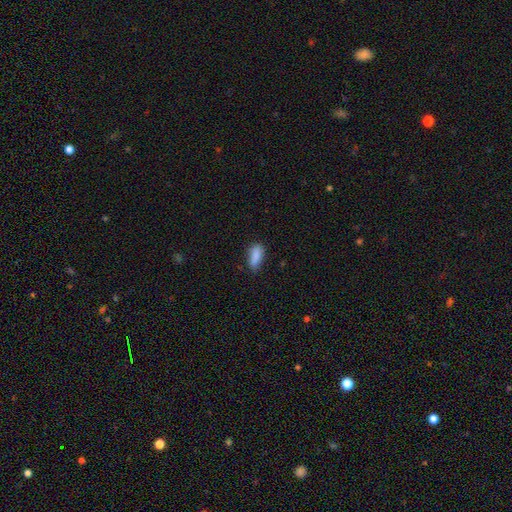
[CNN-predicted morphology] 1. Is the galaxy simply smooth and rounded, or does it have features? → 87% smooth, 8% star or artifact, 5% featured or disk.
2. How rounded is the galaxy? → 75% in between, 22% cigar-shaped, 2% round.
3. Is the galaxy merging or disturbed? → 69% none, 25% minor disturbance, 5% major disturbance, 2% merger.